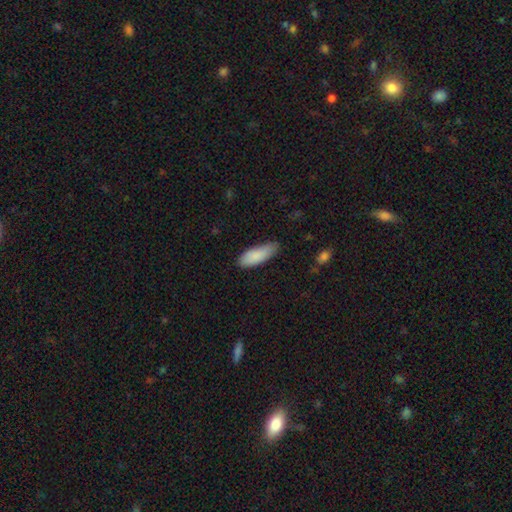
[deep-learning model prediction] smooth-or-featured: smooth: 88% | featured or disk: 6% | star or artifact: 6%
  how-rounded: in between: 67% | cigar-shaped: 31% | round: 2%
  merging: none: 74% | minor disturbance: 22% | major disturbance: 3% | merger: 1%